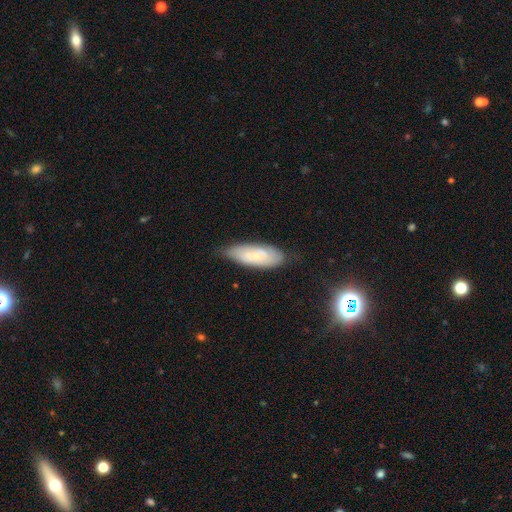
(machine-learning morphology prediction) Smooth or featured: smooth — 52% (featured or disk — 40%)
How rounded: in between — 71% (cigar-shaped — 27%)
Merging: none — 68% (minor disturbance — 25%)